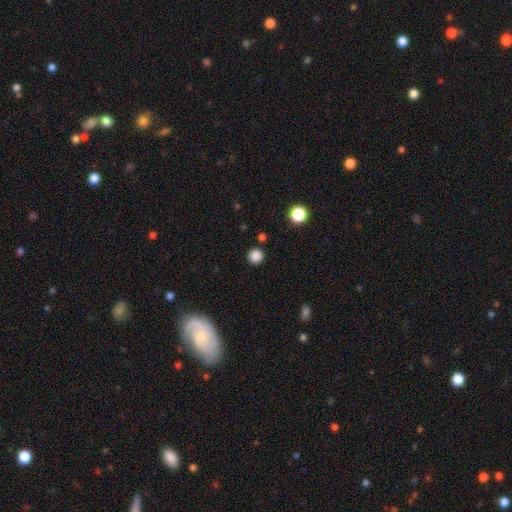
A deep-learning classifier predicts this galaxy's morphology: Q: Smooth or featured?
A: smooth (85%); runner-up: star or artifact (12%)
Q: How rounded?
A: round (93%); runner-up: in between (6%)
Q: Merging?
A: none (89%); runner-up: minor disturbance (6%)